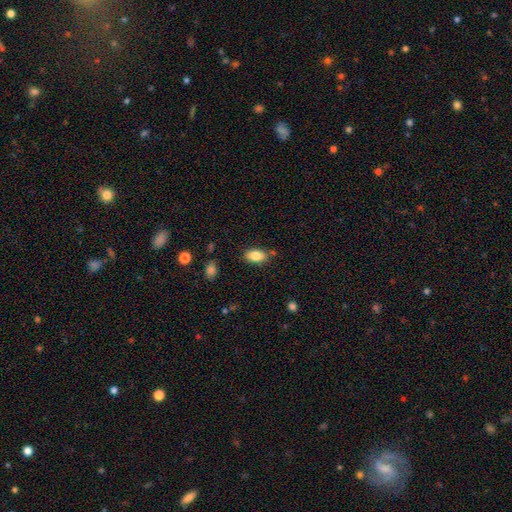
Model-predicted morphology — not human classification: Smooth or featured?
  - smooth: 84% *
  - featured or disk: 9%
  - star or artifact: 8%
How rounded?
  - in between: 91% *
  - round: 5%
  - cigar-shaped: 4%
Merging?
  - none: 80% *
  - minor disturbance: 14%
  - merger: 4%
  - major disturbance: 3%